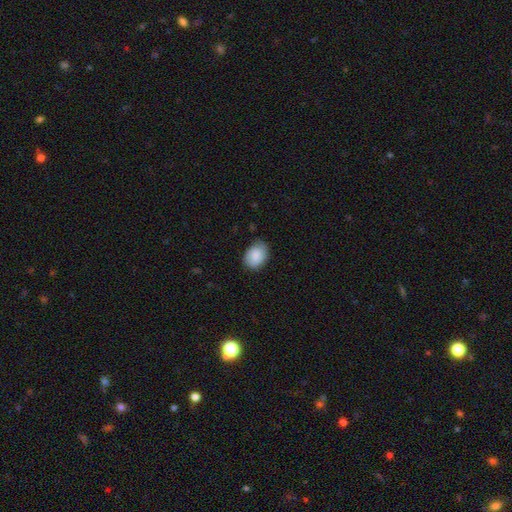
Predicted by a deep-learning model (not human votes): A smooth galaxy with no disk features (85%) that is in between round and cigar-shaped (68%). Merging: none (70%).